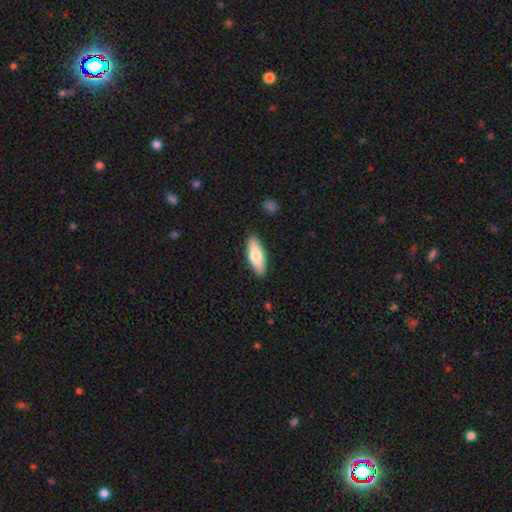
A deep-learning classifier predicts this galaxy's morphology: This is likely a smooth galaxy (73%). How rounded: likely in between (68%). Merging: clearly none (88%).